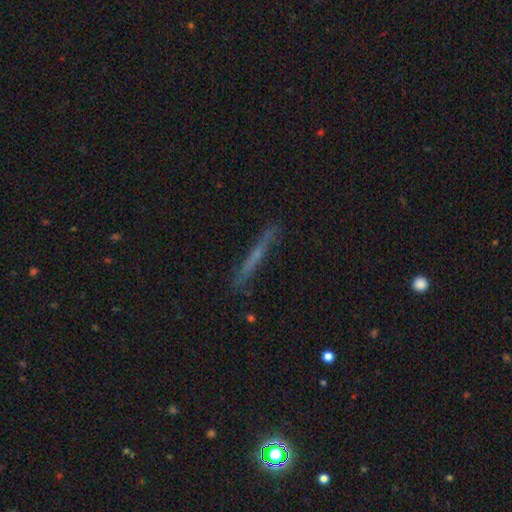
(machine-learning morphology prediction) The model was most divided on "smooth or featured": featured or disk: 53%, smooth: 38%, star or artifact: 9%. More confident: edge-on disk — yes (93%); merging — none (85%).